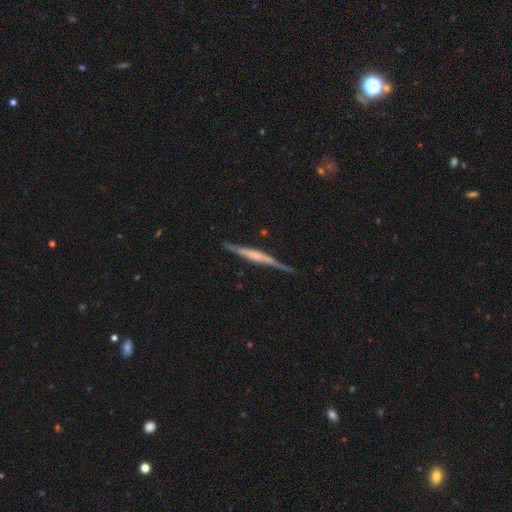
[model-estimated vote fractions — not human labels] featured or disk 74%, smooth 21%, star or artifact 5%. Down the decision tree: edge-on disk — yes (97%); edge-on bulge — rounded (38%); merging — none (85%).